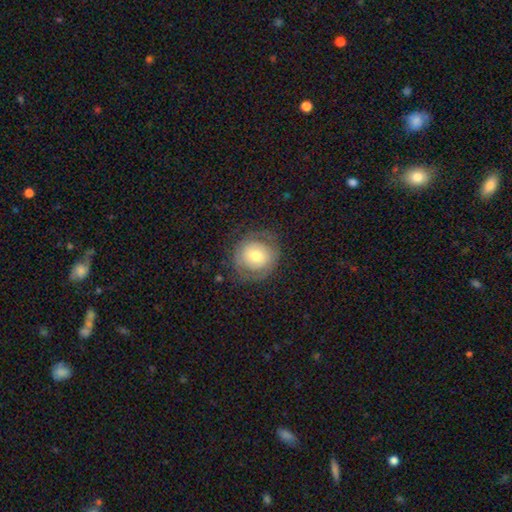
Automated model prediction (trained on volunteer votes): This is possibly a featured or disk galaxy (47%). Merging: likely none (73%).